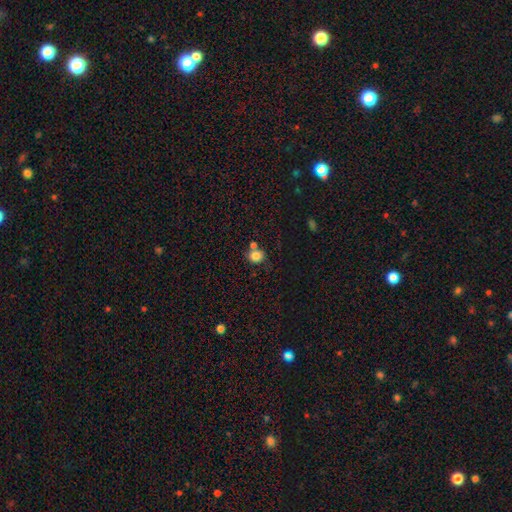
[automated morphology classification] Q: Smooth or featured?
A: smooth (82%); runner-up: star or artifact (11%)
Q: How rounded?
A: round (76%); runner-up: in between (23%)
Q: Merging?
A: none (59%); runner-up: merger (24%)